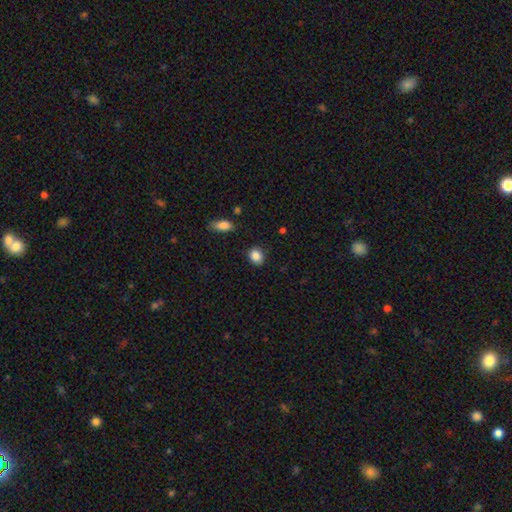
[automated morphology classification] Overall: smooth (88%). How rounded: round (65%; in between 34%). Merging: none (83%).